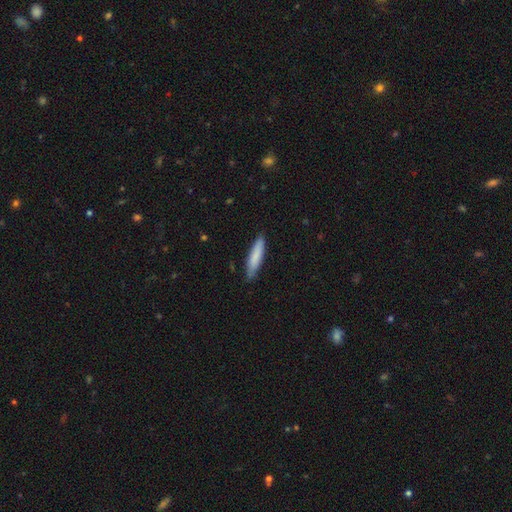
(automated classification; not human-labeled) Smooth or featured? smooth (80%)
How rounded? cigar-shaped (83%)
Merging? none (82%)